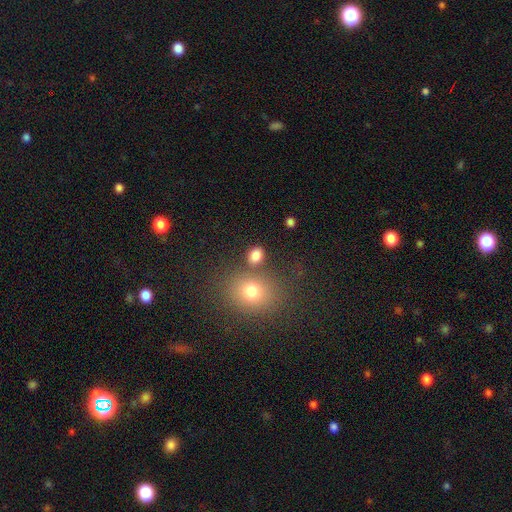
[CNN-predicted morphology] A smooth galaxy with no disk features (80%) that is in between round and cigar-shaped (57%).

Vote fractions:
- Smooth or featured? smooth: 80% / star or artifact: 13% / featured or disk: 7%
- How rounded? in between: 57% / round: 41% / cigar-shaped: 1%
- Merging? none: 71% / merger: 14% / minor disturbance: 11% / major disturbance: 5%